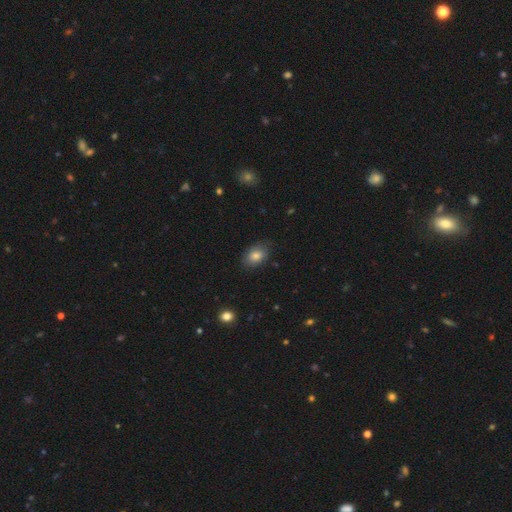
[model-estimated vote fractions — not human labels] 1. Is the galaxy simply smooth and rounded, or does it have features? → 82% smooth, 9% featured or disk, 9% star or artifact.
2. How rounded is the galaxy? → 81% in between, 17% round, 1% cigar-shaped.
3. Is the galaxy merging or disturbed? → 80% none, 16% minor disturbance, 3% major disturbance, 1% merger.